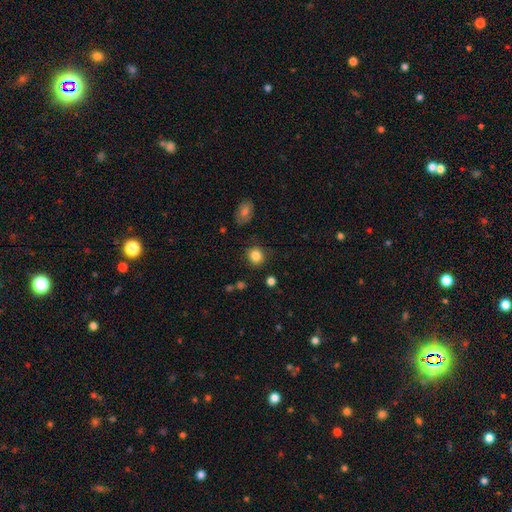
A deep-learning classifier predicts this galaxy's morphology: Smooth or featured?
  - smooth: 85% *
  - star or artifact: 10%
  - featured or disk: 5%
How rounded?
  - round: 85% *
  - in between: 14%
  - cigar-shaped: 1%
Merging?
  - none: 85% *
  - minor disturbance: 10%
  - major disturbance: 3%
  - merger: 2%